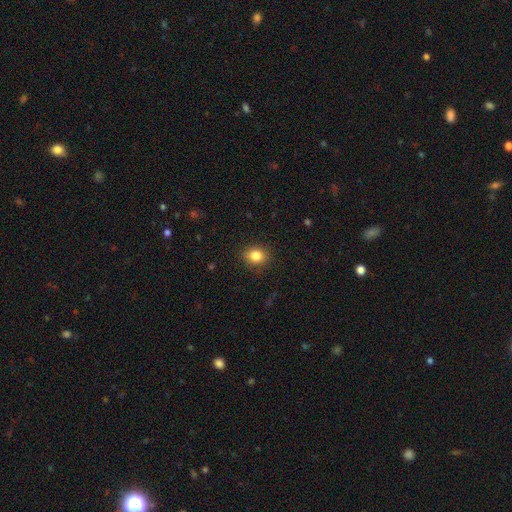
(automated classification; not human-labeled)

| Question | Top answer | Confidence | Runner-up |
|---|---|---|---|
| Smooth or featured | smooth | 84% | star or artifact (10%) |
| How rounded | round | 57% | in between (42%) |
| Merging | none | 89% | minor disturbance (8%) |